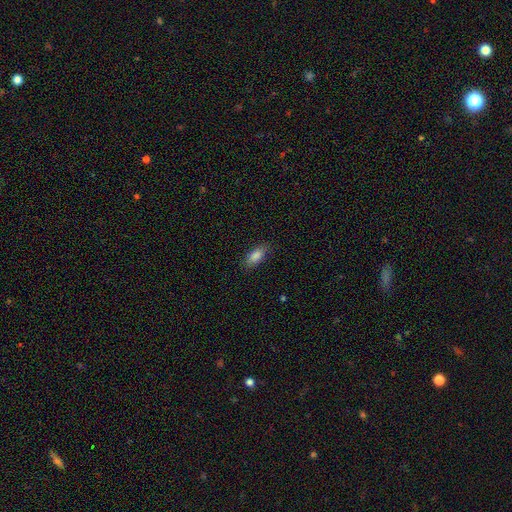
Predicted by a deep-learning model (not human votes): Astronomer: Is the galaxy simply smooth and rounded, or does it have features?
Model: smooth — 86%.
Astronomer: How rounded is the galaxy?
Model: in between — 83%.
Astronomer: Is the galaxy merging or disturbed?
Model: none — 83%.